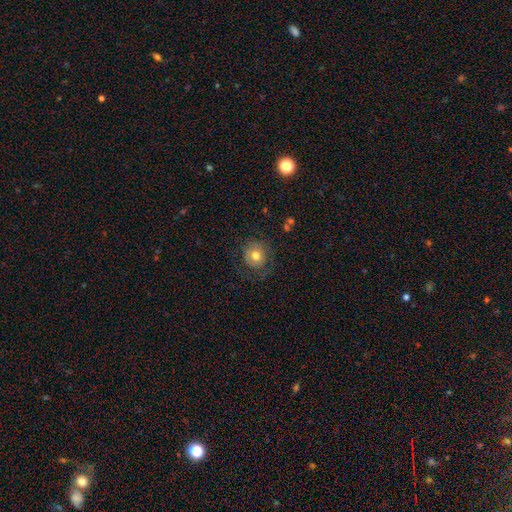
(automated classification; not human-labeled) A smooth galaxy with no disk features (72%) that is round (88%).

Vote fractions:
- Smooth or featured? smooth: 72% / featured or disk: 18% / star or artifact: 10%
- How rounded? round: 88% / in between: 11% / cigar-shaped: 1%
- Merging? none: 70% / minor disturbance: 17% / major disturbance: 11% / merger: 2%